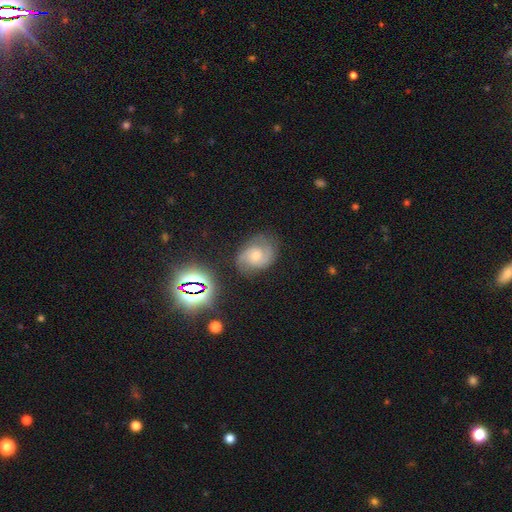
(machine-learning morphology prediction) Smooth or featured? featured or disk (68%)
Edge-on disk? no (97%)
Bar? no (62%)
Spiral arms? yes (94%)
Spiral winding? medium (46%)
Spiral arm count? 2 (77%)
Bulge size? moderate (55%)
Merging? none (76%)